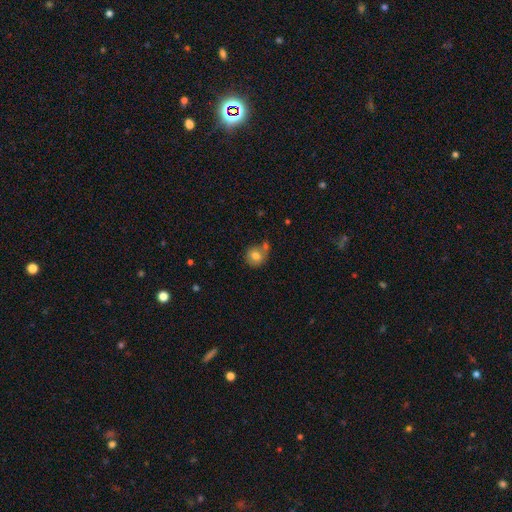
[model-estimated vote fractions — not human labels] smooth_or_featured: smooth (p=0.77) [alt: featured or disk p=0.14]
how_rounded: round (p=0.84) [alt: in between p=0.15]
merging: none (p=0.53) [alt: merger p=0.27]